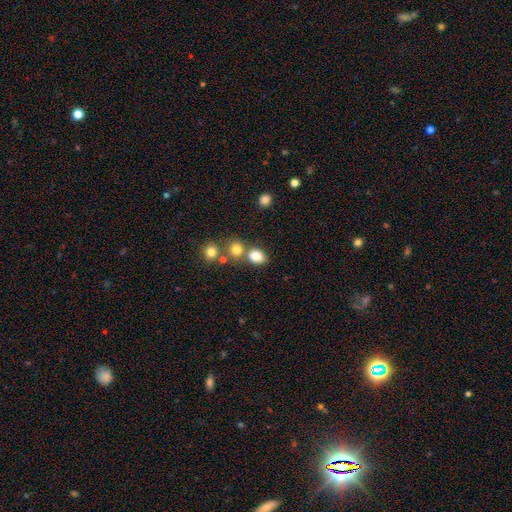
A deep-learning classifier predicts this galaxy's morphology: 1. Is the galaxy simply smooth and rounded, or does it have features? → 81% smooth, 11% star or artifact, 8% featured or disk.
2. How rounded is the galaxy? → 58% in between, 41% round, 1% cigar-shaped.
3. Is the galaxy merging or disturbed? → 59% none, 26% merger, 11% minor disturbance, 4% major disturbance.